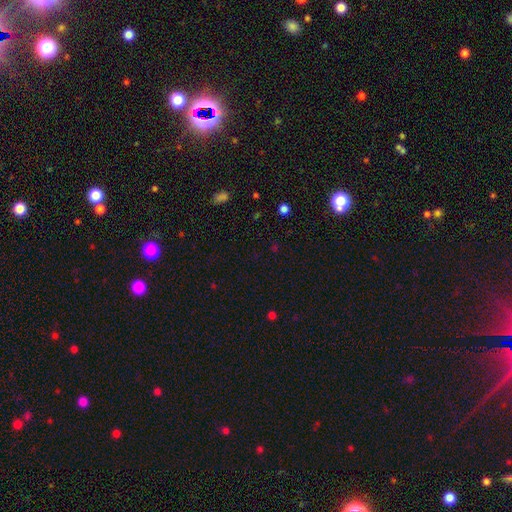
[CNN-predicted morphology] This is likely a star or artifact rather than a galaxy (61%).